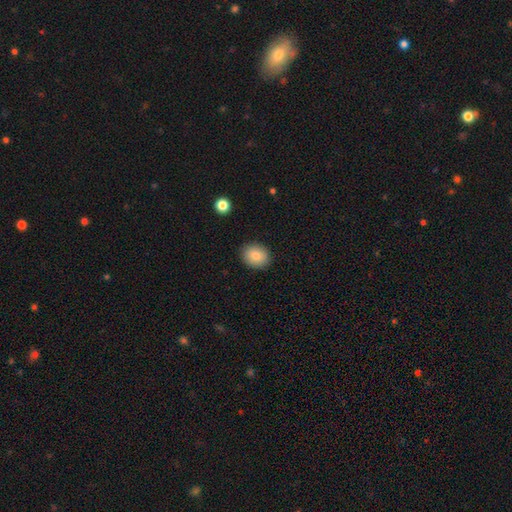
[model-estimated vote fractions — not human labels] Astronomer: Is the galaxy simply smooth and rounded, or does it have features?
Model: smooth — 85%.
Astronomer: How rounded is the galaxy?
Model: round — 54% (runner-up: in between, 45%).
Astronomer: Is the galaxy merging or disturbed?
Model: none — 89%.